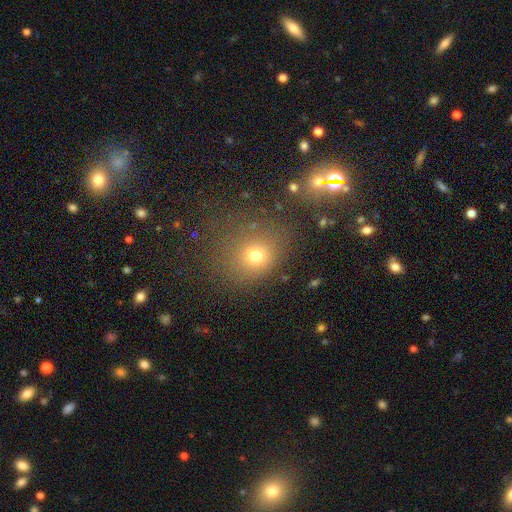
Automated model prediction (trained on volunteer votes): A smooth galaxy with no disk features (70%) that is round (70%).

Vote fractions:
- Smooth or featured? smooth: 70% / star or artifact: 20% / featured or disk: 11%
- How rounded? round: 70% / in between: 29% / cigar-shaped: 1%
- Merging? none: 70% / minor disturbance: 15% / major disturbance: 9% / merger: 6%